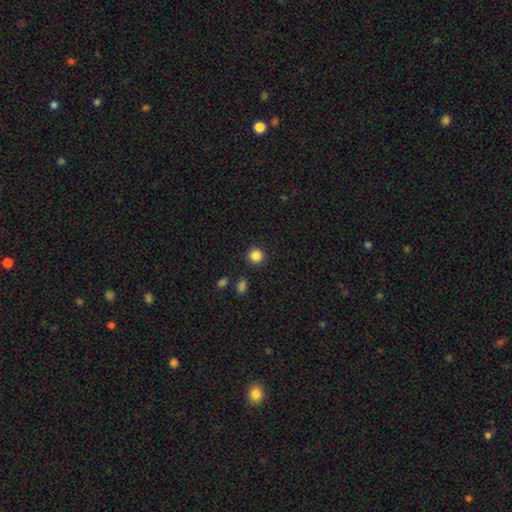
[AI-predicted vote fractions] Overall: smooth (85%). How rounded: round (93%). Merging: none (91%).